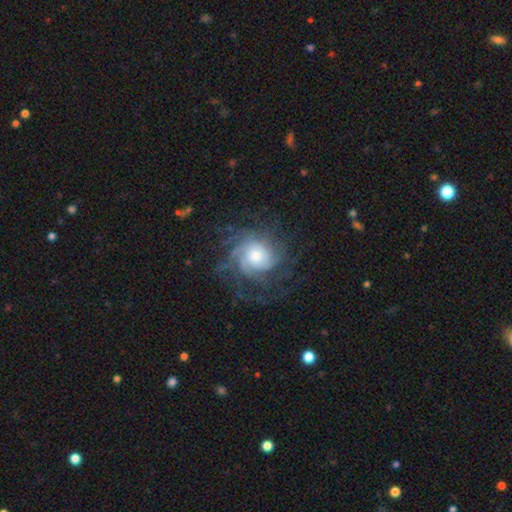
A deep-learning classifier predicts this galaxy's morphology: Smooth or featured: featured or disk — 83% (smooth — 10%)
Edge-on disk: no — 98% (yes — 2%)
Bar: no — 77% (weak — 19%)
Spiral arms: yes — 97% (no — 3%)
Spiral winding: tight — 60% (medium — 30%)
Spiral arm count: can't tell — 30% (4 — 21%)
Bulge size: moderate — 51% (small — 27%)
Merging: none — 71% (minor disturbance — 15%)